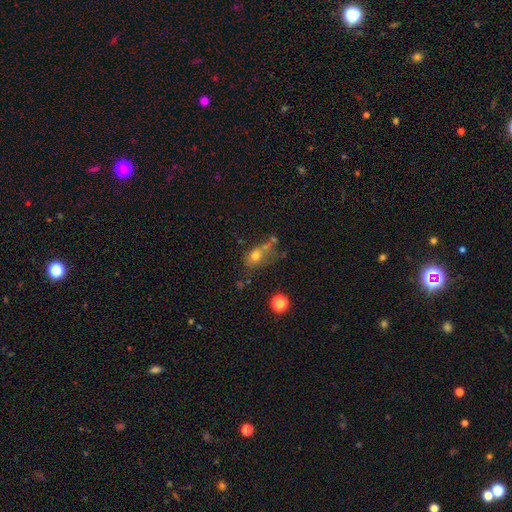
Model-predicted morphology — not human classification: Smooth or featured? smooth (67%)
How rounded? in between (63%)
Merging? none (37%)